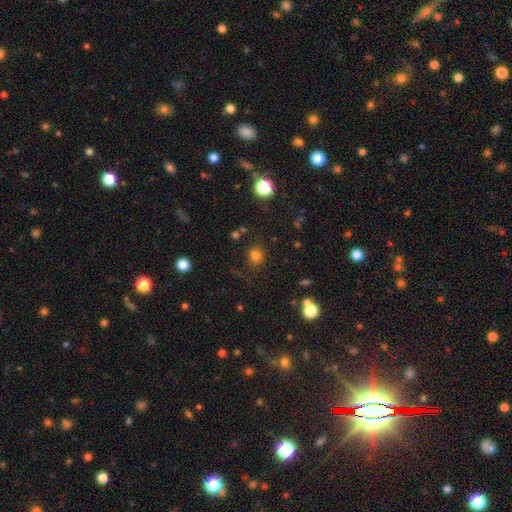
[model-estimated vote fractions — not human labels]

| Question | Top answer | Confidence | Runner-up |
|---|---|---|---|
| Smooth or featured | smooth | 77% | star or artifact (17%) |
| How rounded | round | 77% | in between (22%) |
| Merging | none | 81% | minor disturbance (11%) |